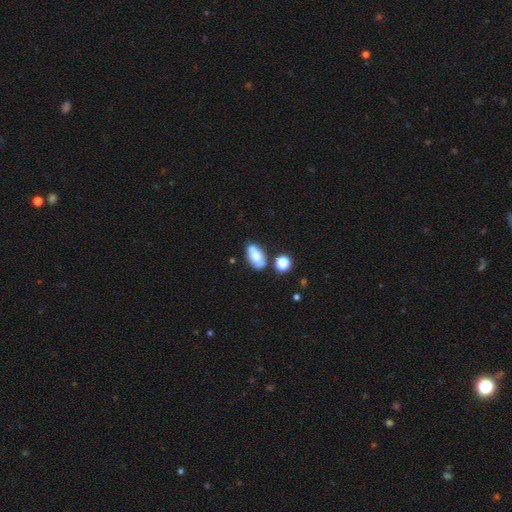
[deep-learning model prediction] Smooth or featured: smooth — 66% (featured or disk — 25%)
How rounded: in between — 88% (round — 7%)
Merging: none — 55% (merger — 20%)